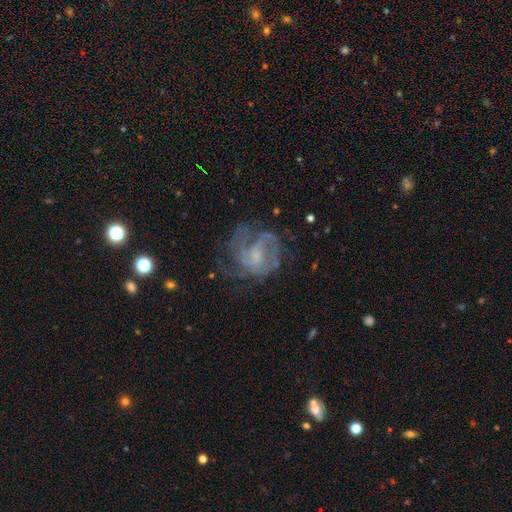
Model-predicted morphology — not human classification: featured or disk 73%, smooth 17%, star or artifact 10%. Down the decision tree: edge-on disk — no (98%); bar — no (58%); spiral arms — yes (79%); spiral arm count — can't tell (40%); spiral winding — medium (42%); bulge size — small (35%); merging — none (52%).